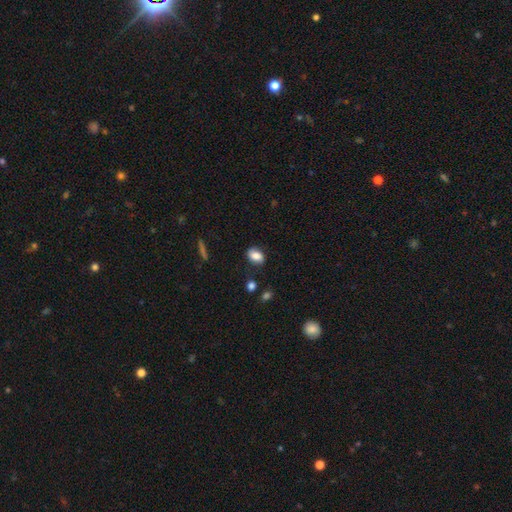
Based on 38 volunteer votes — This appears to be a smooth galaxy with no disk features (82%) that is in between round and cigar-shaped (84%). Merging: none (78%).